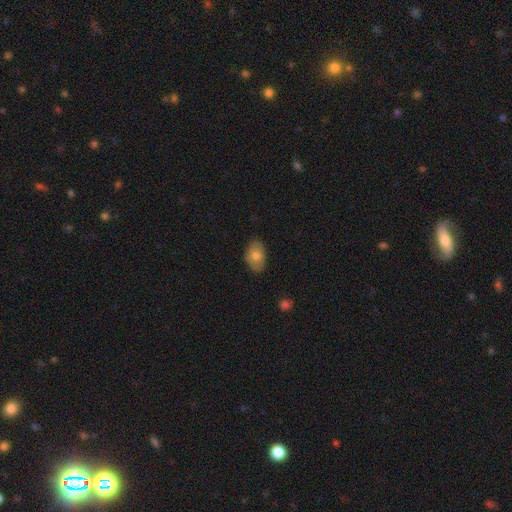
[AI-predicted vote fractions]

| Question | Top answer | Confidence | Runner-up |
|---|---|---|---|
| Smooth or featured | smooth | 74% | featured or disk (19%) |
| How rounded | in between | 87% | round (12%) |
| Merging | none | 81% | minor disturbance (15%) |